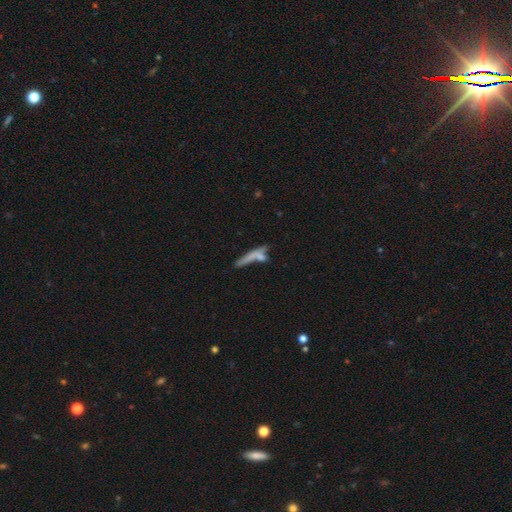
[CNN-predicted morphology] type=smooth (59%); roundness=cigar-shaped (84%); merging=none (41%).